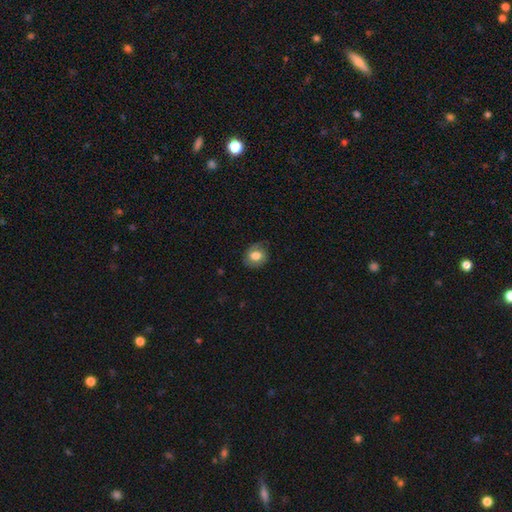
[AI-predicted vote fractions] Smooth or featured: smooth — 70% (featured or disk — 21%)
How rounded: round — 62% (in between — 38%)
Merging: none — 75% (minor disturbance — 19%)